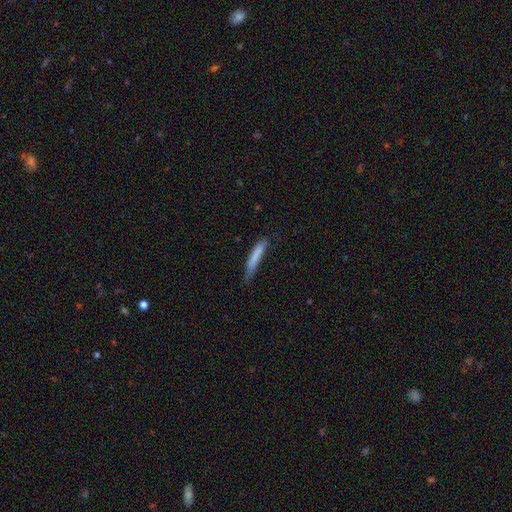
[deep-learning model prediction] Smooth or featured? Predicted: smooth (p=0.79). How rounded? Predicted: cigar-shaped (p=0.92). Merging? Predicted: none (p=0.63).